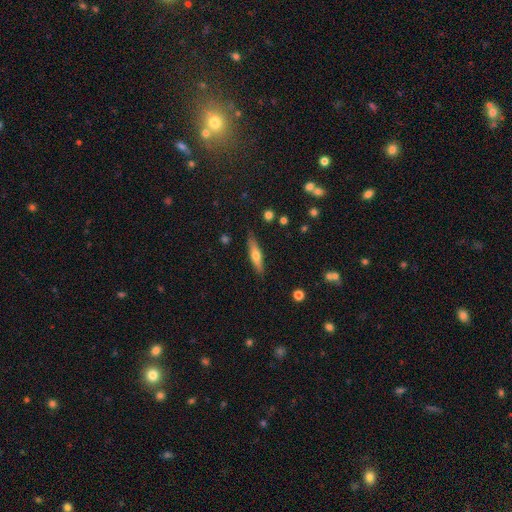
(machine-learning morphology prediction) The model was most divided on "smooth or featured": smooth: 51%, featured or disk: 43%, star or artifact: 7%. More confident: merging — none (87%); how rounded — cigar-shaped (76%).